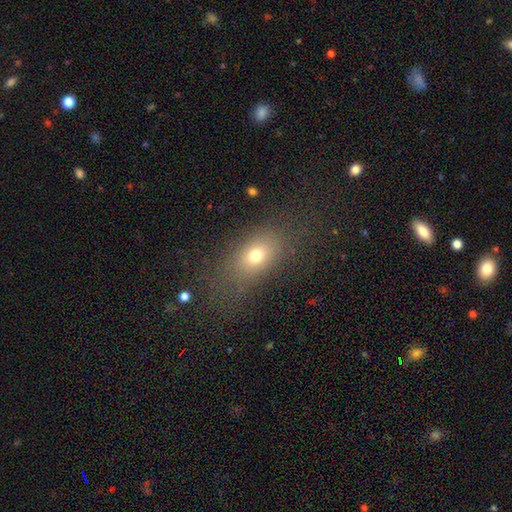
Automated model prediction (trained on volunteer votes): Smooth or featured? Predicted: smooth (p=0.71). How rounded? Predicted: in between (p=0.75). Merging? Predicted: none (p=0.71).